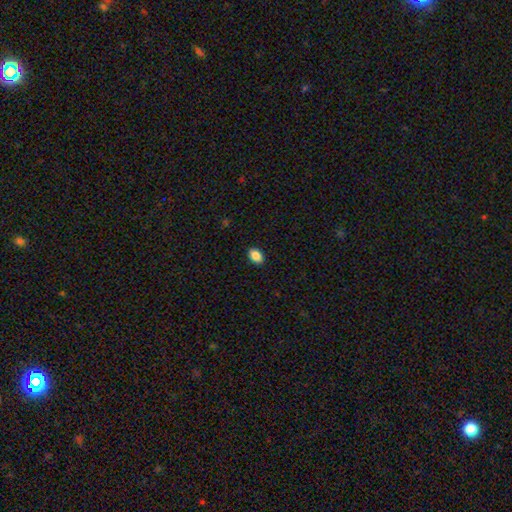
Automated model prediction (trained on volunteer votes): Smooth or featured?
  - smooth: 88% *
  - star or artifact: 8%
  - featured or disk: 4%
How rounded?
  - in between: 85% *
  - round: 13%
  - cigar-shaped: 1%
Merging?
  - none: 90% *
  - minor disturbance: 7%
  - major disturbance: 2%
  - merger: 1%